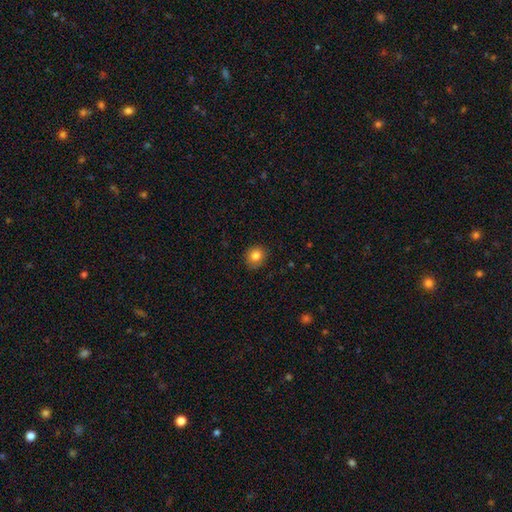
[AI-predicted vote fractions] The model was most divided on "how rounded": round: 82%, in between: 17%, cigar-shaped: 1%. More confident: merging — none (88%); smooth or featured — smooth (83%).